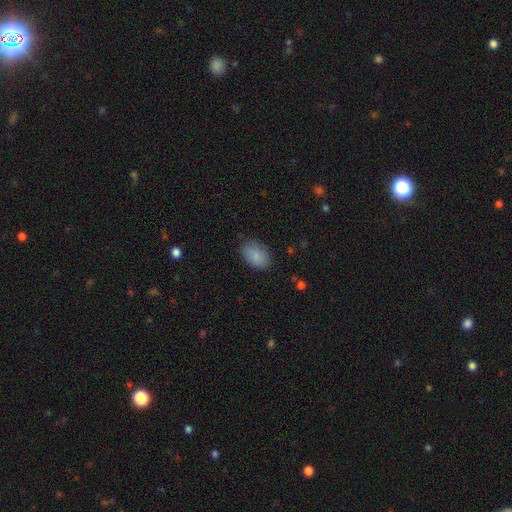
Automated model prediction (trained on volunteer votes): A smooth galaxy with no disk features (86%) that is in between round and cigar-shaped (89%). Merging: none (80%).